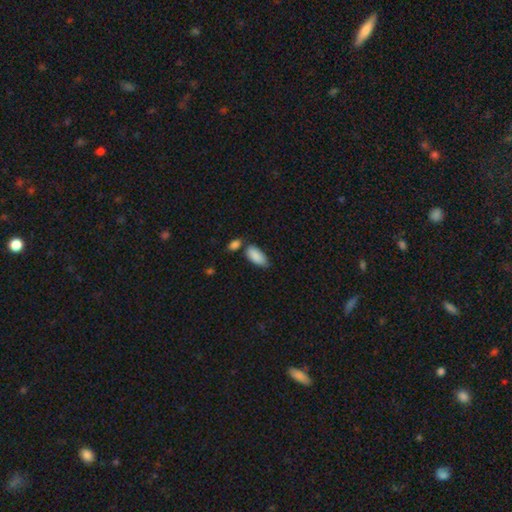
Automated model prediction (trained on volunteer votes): Q: Smooth or featured?
A: smooth (88%); runner-up: star or artifact (6%)
Q: How rounded?
A: in between (91%); runner-up: cigar-shaped (7%)
Q: Merging?
A: none (56%); runner-up: minor disturbance (24%)